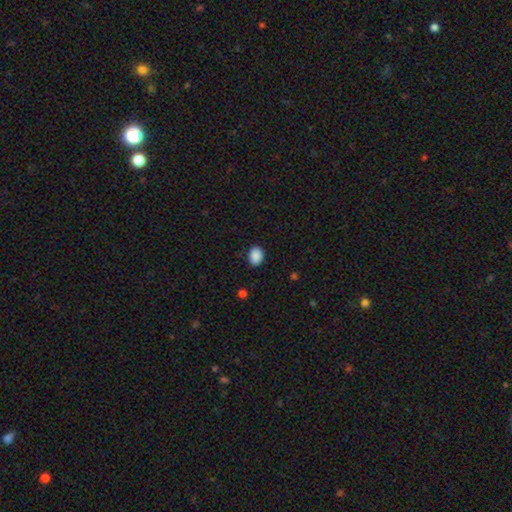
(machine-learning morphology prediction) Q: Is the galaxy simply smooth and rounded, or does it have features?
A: smooth — 89%.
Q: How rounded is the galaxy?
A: in between — 65%.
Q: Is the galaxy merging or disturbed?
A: none — 87%.